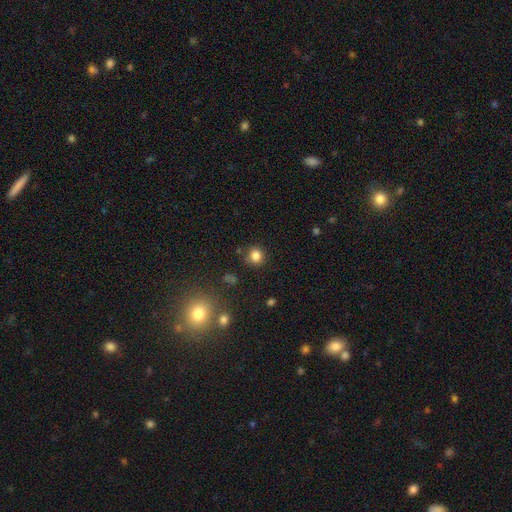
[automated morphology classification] This is clearly a smooth galaxy (82%). How rounded: clearly round (86%). Merging: clearly none (84%).